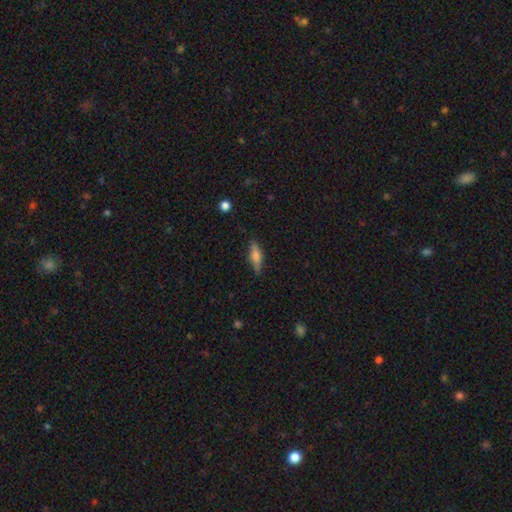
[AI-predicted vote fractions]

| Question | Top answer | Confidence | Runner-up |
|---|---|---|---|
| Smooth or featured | smooth | 55% | featured or disk (38%) |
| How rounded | cigar-shaped | 61% | in between (36%) |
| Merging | none | 81% | minor disturbance (14%) |